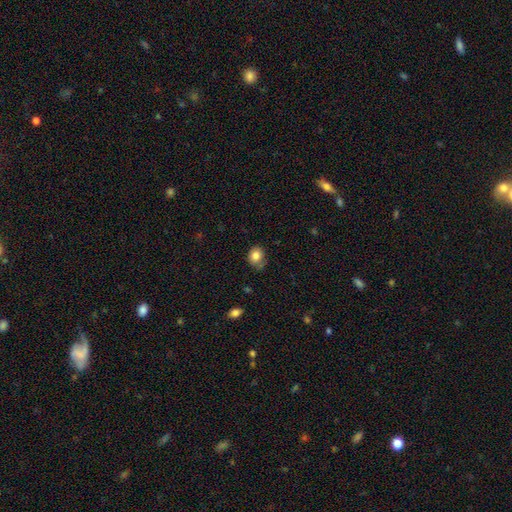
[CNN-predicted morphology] Smooth or featured? Predicted: smooth (p=0.82). How rounded? Predicted: round (p=0.56). Merging? Predicted: none (p=0.64).